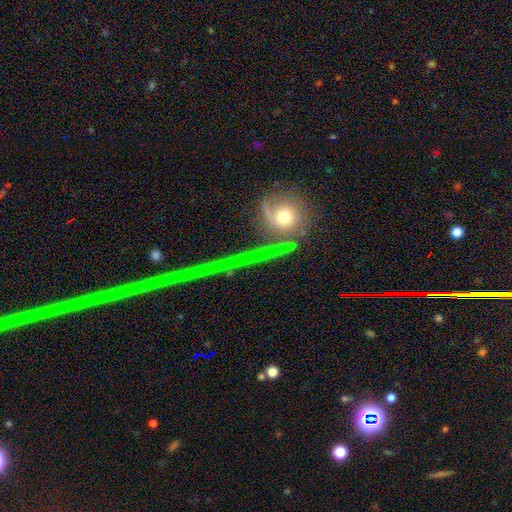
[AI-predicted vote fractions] Q: Smooth or featured?
A: featured or disk (34%); tied with: star or artifact (34%)
Q: Merging?
A: none (75%); runner-up: minor disturbance (11%)